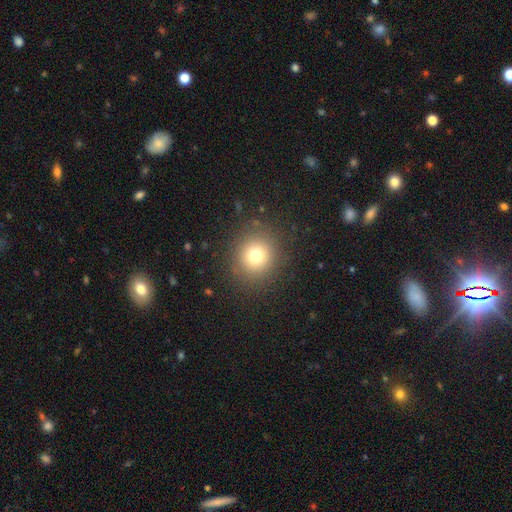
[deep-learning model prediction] A smooth galaxy with no disk features (75%) that is round (89%). Merging: none (88%).